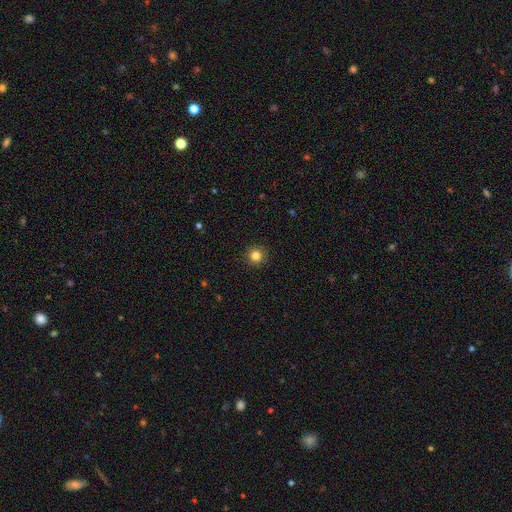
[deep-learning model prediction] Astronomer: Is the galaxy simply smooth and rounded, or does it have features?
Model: smooth — 83%.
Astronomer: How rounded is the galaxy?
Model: round — 95%.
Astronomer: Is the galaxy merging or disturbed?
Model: none — 92%.